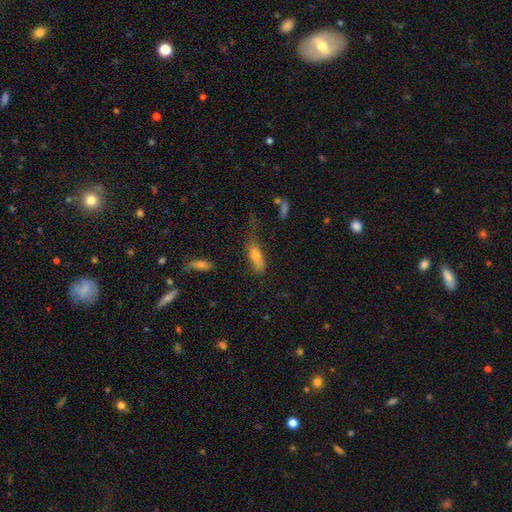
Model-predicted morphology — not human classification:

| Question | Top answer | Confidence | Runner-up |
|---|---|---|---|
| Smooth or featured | smooth | 67% | featured or disk (22%) |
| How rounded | in between | 53% | cigar-shaped (44%) |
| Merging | none | 46% | minor disturbance (28%) |